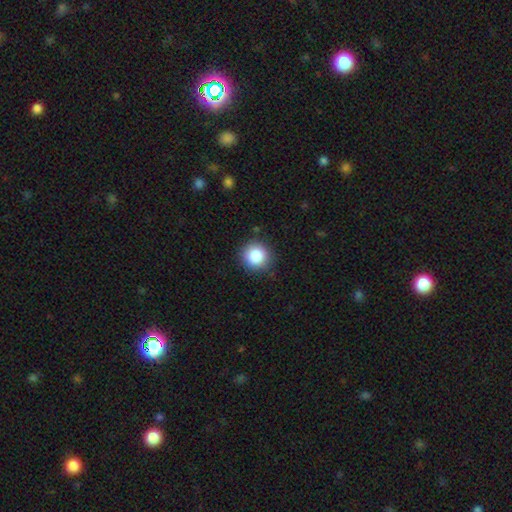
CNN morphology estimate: This is clearly a smooth galaxy (86%). How rounded: clearly round (93%). Merging: clearly none (87%).